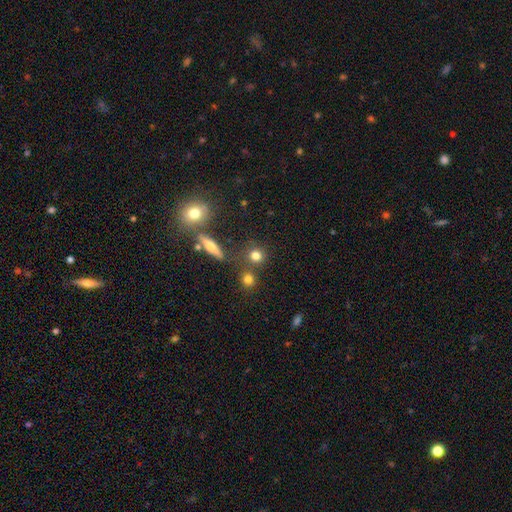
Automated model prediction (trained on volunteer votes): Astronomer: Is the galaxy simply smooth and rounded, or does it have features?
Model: smooth — 76%.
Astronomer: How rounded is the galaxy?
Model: round — 86%.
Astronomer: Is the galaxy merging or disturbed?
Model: none — 72%.